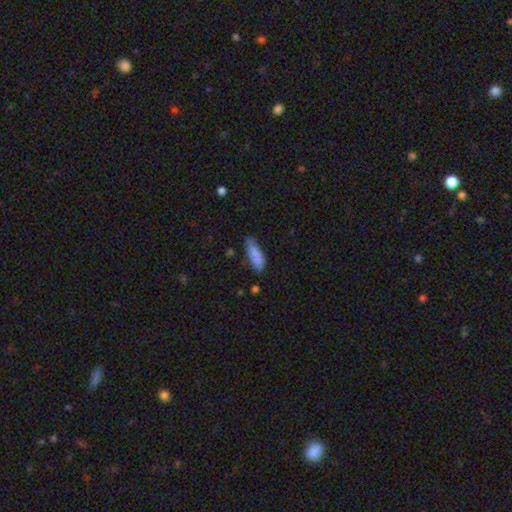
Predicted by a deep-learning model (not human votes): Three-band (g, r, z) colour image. It shows a smooth galaxy with no disk features (85%) that is in between round and cigar-shaped (50%). Merging: none (65%).